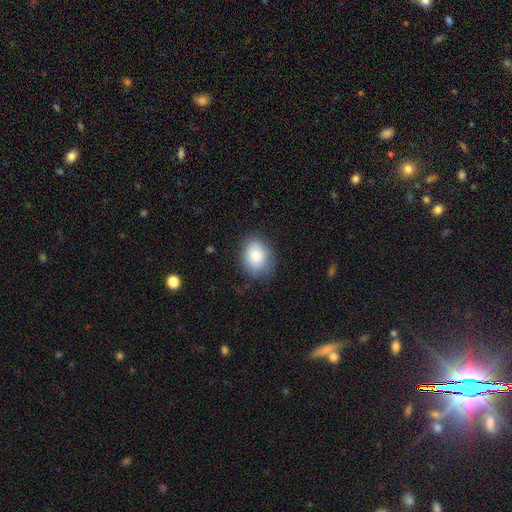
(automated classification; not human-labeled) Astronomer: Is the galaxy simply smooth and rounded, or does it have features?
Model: smooth — 81%.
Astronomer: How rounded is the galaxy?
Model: in between — 57% (runner-up: round, 42%).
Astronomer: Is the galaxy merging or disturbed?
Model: none — 75%.